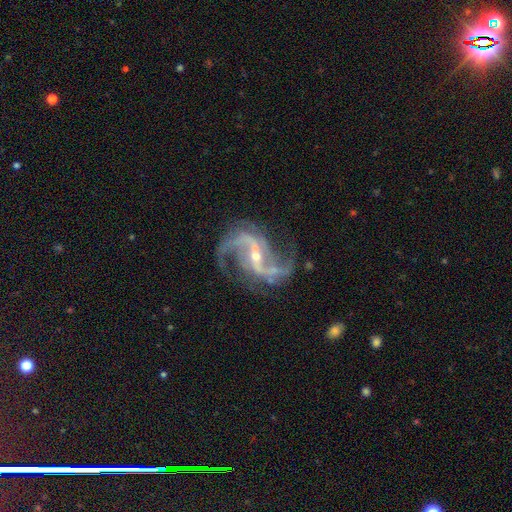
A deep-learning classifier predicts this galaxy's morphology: type=featured or disk (92%); edge-on=no (97%); bar=strong (50%); spiral arms=yes (98%); winding=loose (55%); arm count=2 (89%); bulge=small (70%); merging=none (74%).